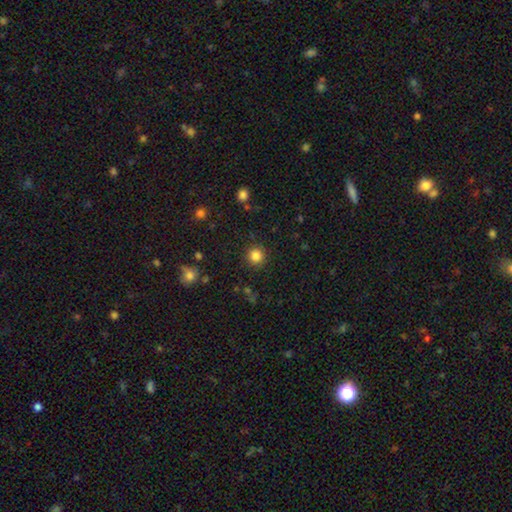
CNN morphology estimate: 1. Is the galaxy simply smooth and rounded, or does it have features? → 84% smooth, 12% star or artifact, 4% featured or disk.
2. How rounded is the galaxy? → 94% round, 5% in between, 1% cigar-shaped.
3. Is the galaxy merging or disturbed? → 91% none, 6% minor disturbance, 2% major disturbance, 1% merger.